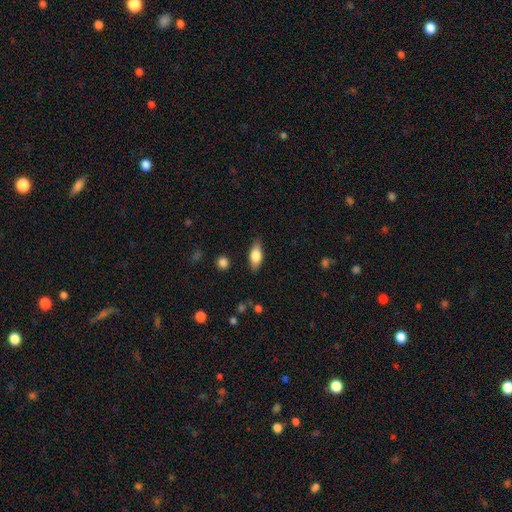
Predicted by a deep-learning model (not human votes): Smooth or featured: smooth — 75% (featured or disk — 18%)
How rounded: in between — 77% (cigar-shaped — 19%)
Merging: none — 83% (minor disturbance — 12%)